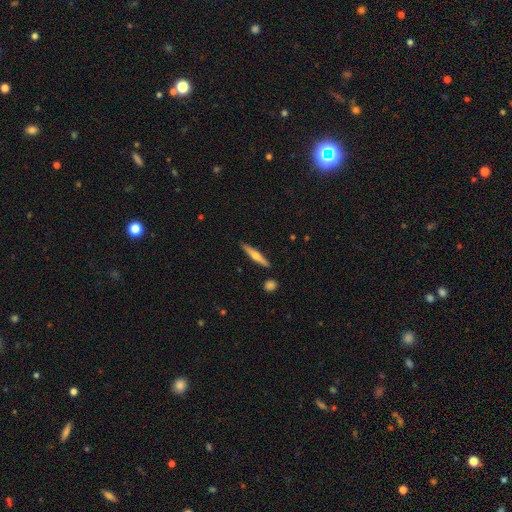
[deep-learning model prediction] featured or disk 56%, smooth 38%, star or artifact 6%. Down the decision tree: edge-on disk — yes (97%); edge-on bulge — rounded (89%); merging — none (89%).